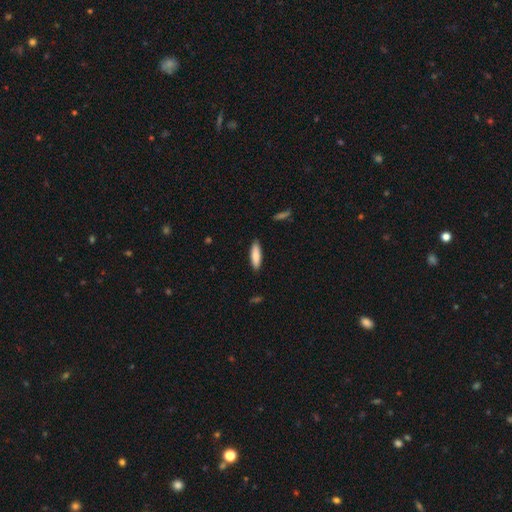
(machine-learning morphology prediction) Overall: smooth (85%). How rounded: cigar-shaped (60%; in between 39%). Merging: none (88%).